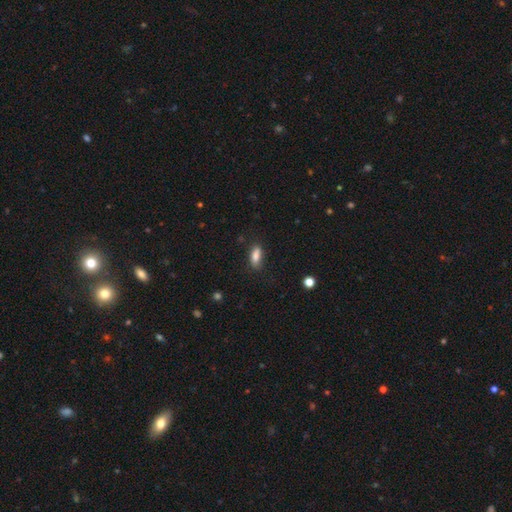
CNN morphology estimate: Overall: smooth (82%). How rounded: in between (77%). Merging: none (75%).